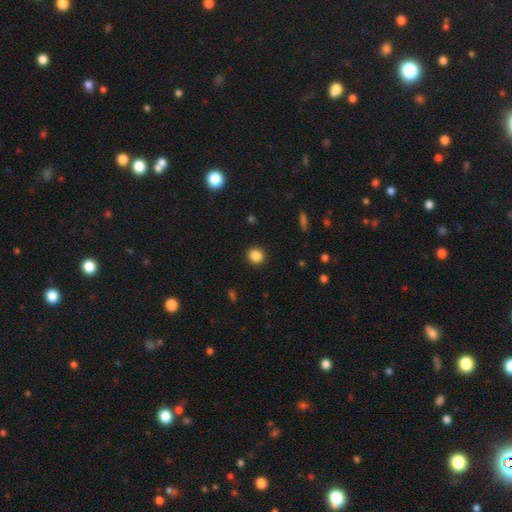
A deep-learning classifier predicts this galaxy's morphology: This is clearly a smooth galaxy (86%). How rounded: clearly round (90%). Merging: clearly none (92%).